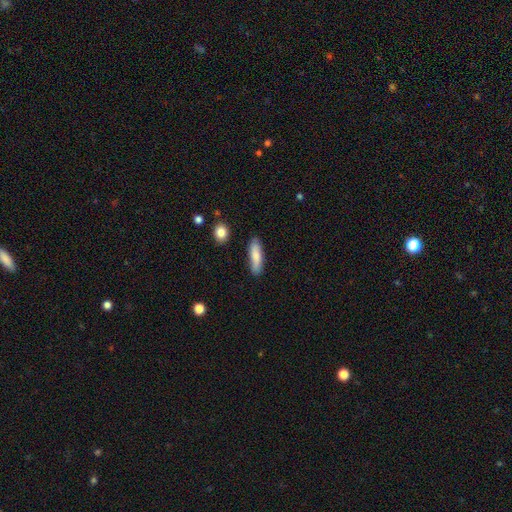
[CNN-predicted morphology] Smooth or featured: smooth — 79% (featured or disk — 15%)
How rounded: cigar-shaped — 59% (in between — 39%)
Merging: none — 84% (minor disturbance — 12%)